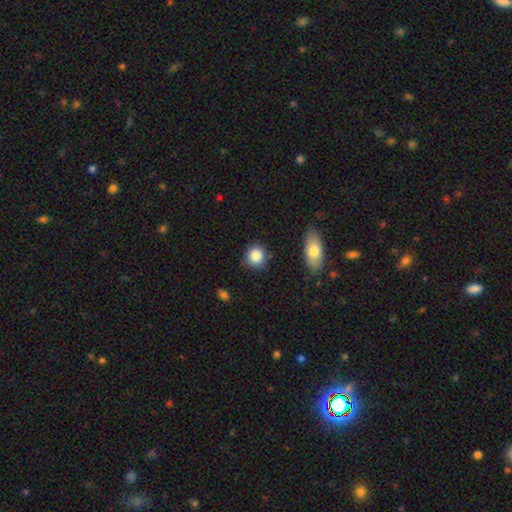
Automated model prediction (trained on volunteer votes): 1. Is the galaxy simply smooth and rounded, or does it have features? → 85% smooth, 8% star or artifact, 6% featured or disk.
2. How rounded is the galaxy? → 85% round, 13% in between, 1% cigar-shaped.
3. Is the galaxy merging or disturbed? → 80% none, 13% minor disturbance, 3% merger, 3% major disturbance.